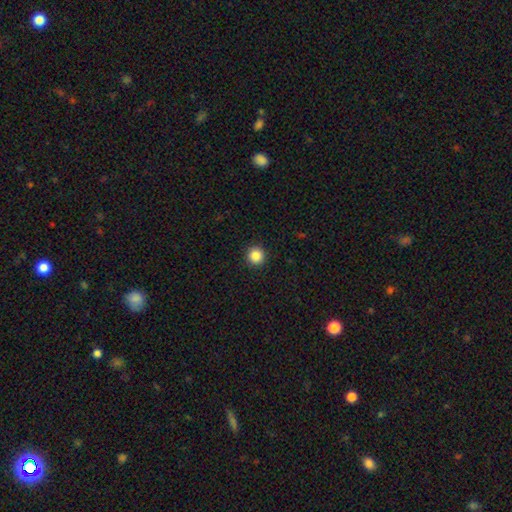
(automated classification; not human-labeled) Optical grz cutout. It shows a smooth galaxy with no disk features (86%) that is round (96%). Merging: none (93%).